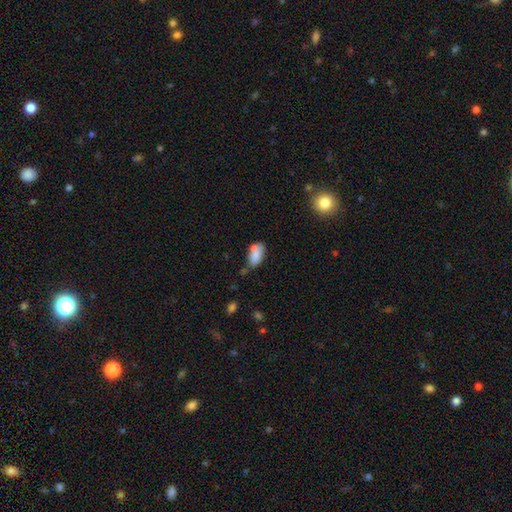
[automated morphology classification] type=smooth (78%); roundness=in between (91%); merging=none (46%).